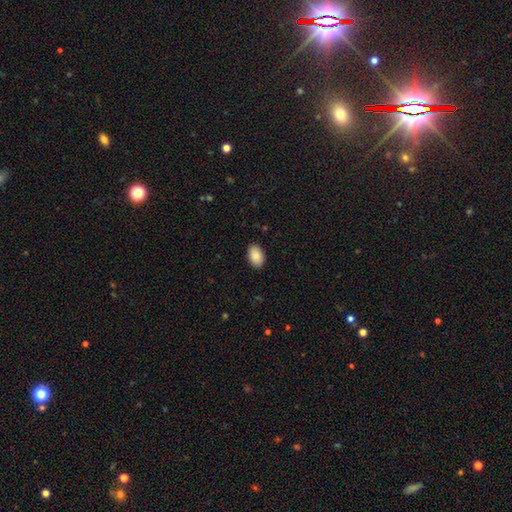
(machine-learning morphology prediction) type=smooth (89%); roundness=in between (90%); merging=none (89%).